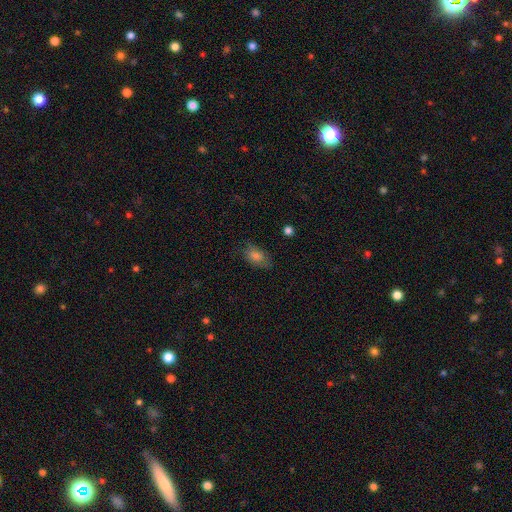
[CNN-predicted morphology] A smooth galaxy with no disk features (73%) that is in between round and cigar-shaped (85%). Merging: none (71%).